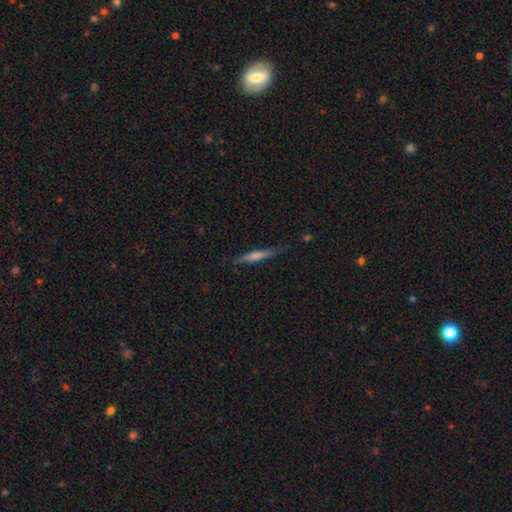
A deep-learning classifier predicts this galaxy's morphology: smooth_or_featured: featured or disk (p=0.51) [alt: smooth p=0.40]
disk_edge_on: yes (p=0.95) [alt: no p=0.05]
merging: none (p=0.84) [alt: minor disturbance p=0.12]